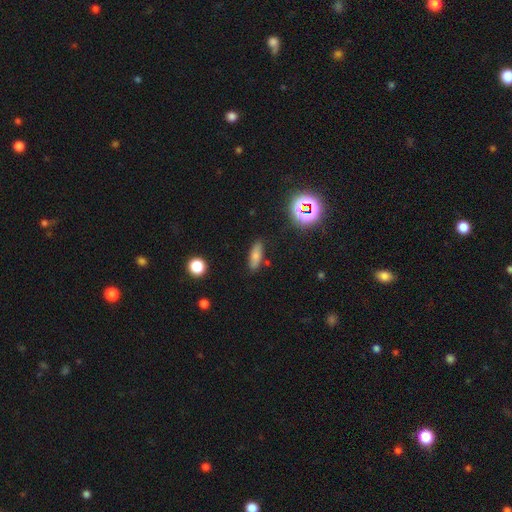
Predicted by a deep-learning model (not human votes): This is likely a smooth galaxy (71%). How rounded: likely in between (60%). Merging: clearly none (83%).